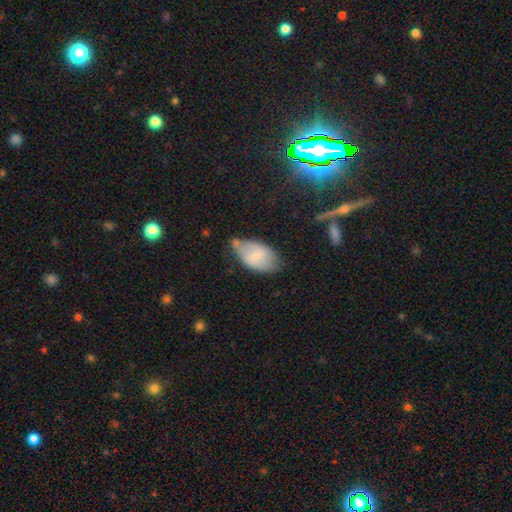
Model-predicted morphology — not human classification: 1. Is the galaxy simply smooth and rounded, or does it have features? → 59% smooth, 33% featured or disk, 8% star or artifact.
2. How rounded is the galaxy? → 93% in between, 5% round, 2% cigar-shaped.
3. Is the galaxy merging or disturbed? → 48% none, 34% minor disturbance, 9% major disturbance, 9% merger.